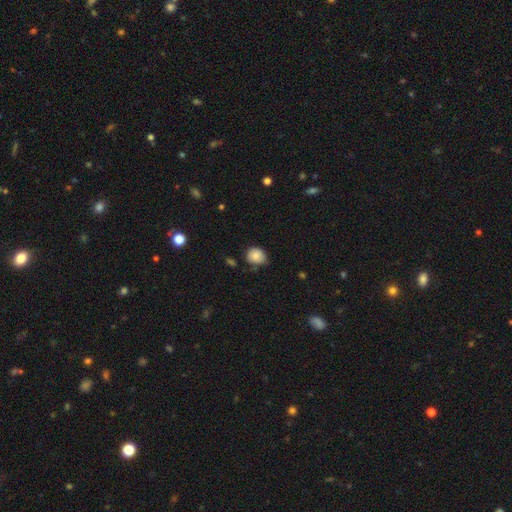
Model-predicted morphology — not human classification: Smooth or featured?
  - smooth: 80% *
  - featured or disk: 12%
  - star or artifact: 9%
How rounded?
  - round: 73% *
  - in between: 26%
  - cigar-shaped: 1%
Merging?
  - none: 60% *
  - minor disturbance: 32%
  - major disturbance: 6%
  - merger: 2%